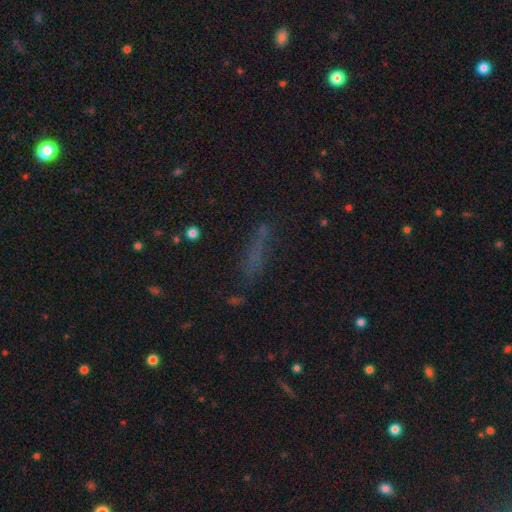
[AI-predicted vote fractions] Overall: smooth (55%; star or artifact 24%). How rounded: cigar-shaped (76%). Merging: none (64%).